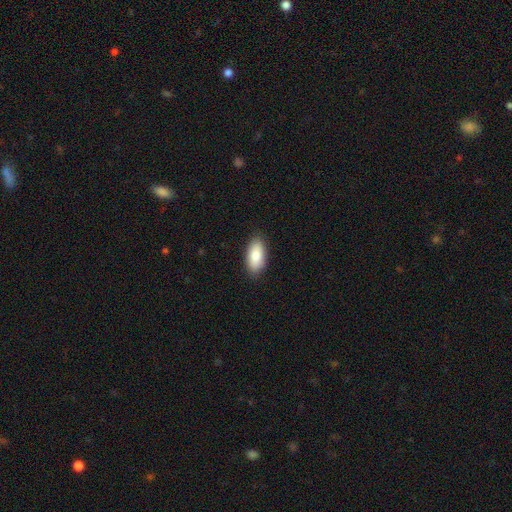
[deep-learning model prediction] This is clearly a smooth galaxy (86%). How rounded: clearly in between (91%). Merging: clearly none (88%).